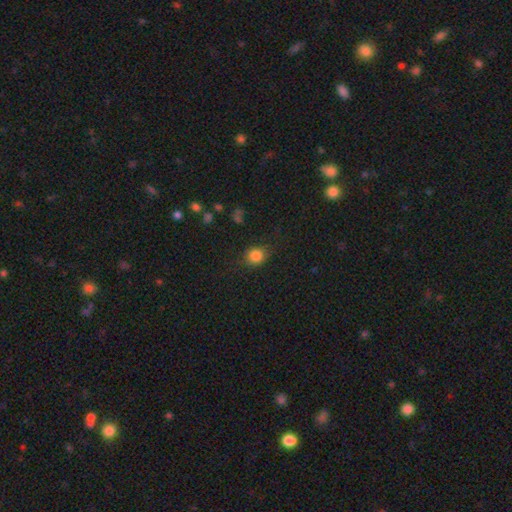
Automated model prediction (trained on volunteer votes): smooth_or_featured: smooth (p=0.83) [alt: star or artifact p=0.11]
how_rounded: round (p=0.70) [alt: in between p=0.29]
merging: none (p=0.77) [alt: minor disturbance p=0.17]